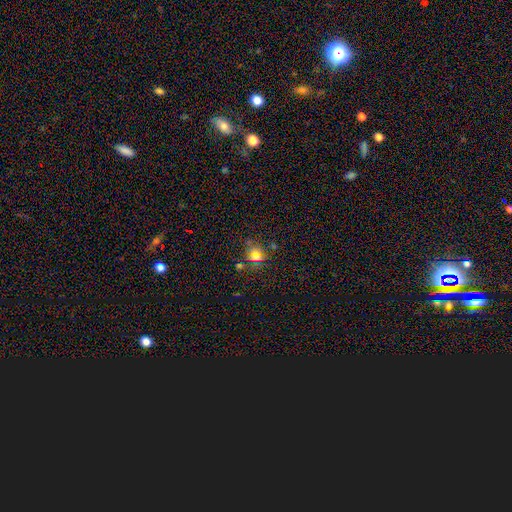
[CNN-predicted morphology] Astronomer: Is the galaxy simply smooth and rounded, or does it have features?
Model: smooth — 45% (runner-up: star or artifact, 44%).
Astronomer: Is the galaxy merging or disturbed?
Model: none — 74%.